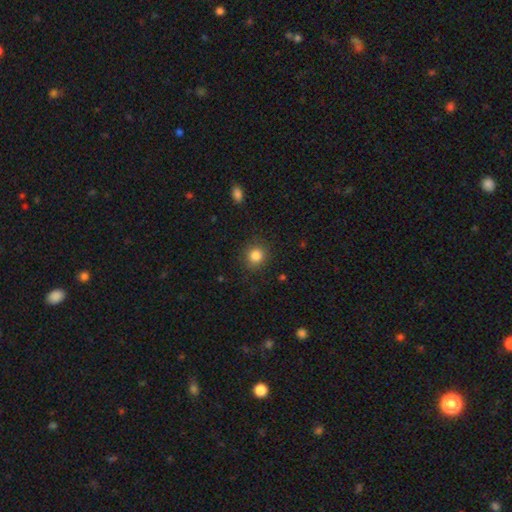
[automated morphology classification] This appears to be a smooth galaxy with no disk features (84%) that is round (86%). Merging: none (87%).